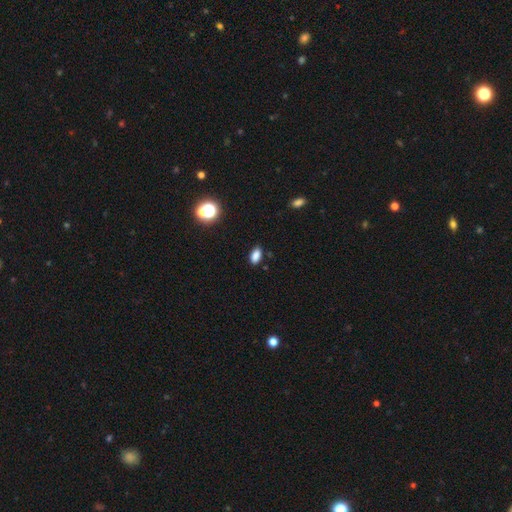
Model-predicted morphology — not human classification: type=smooth (84%); roundness=in between (89%); merging=none (86%).